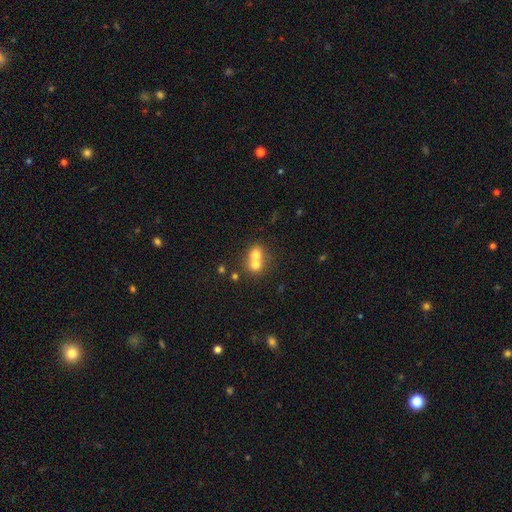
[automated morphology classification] Smooth or featured: smooth — 69% (featured or disk — 20%)
How rounded: round — 71% (in between — 28%)
Merging: merger — 70% (none — 24%)